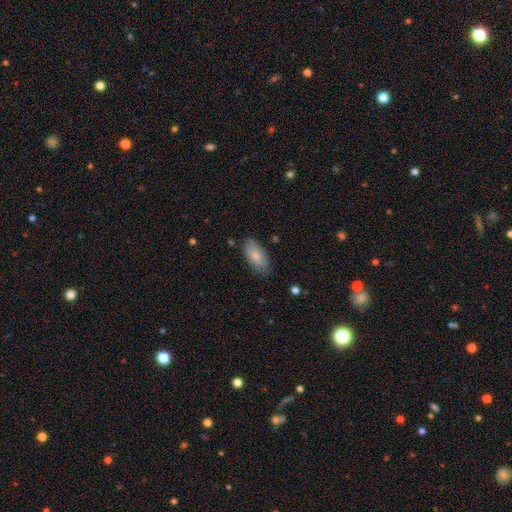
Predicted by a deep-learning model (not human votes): This appears to be a smooth galaxy with no disk features (79%) that is in between round and cigar-shaped (91%). Merging: none (77%).